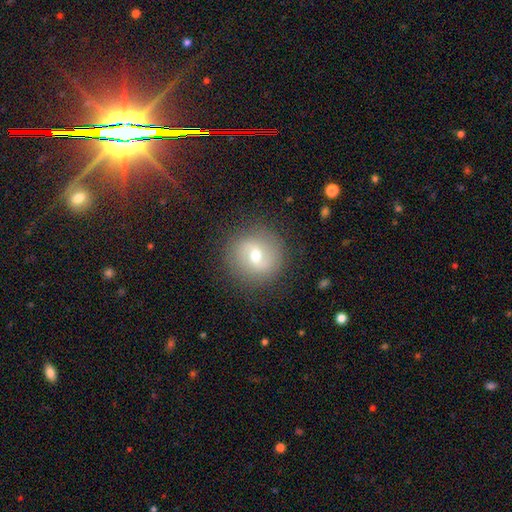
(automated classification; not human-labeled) Overall: featured or disk (50%; smooth 40%). Edge-on disk: no (97%). Merging: none (86%).